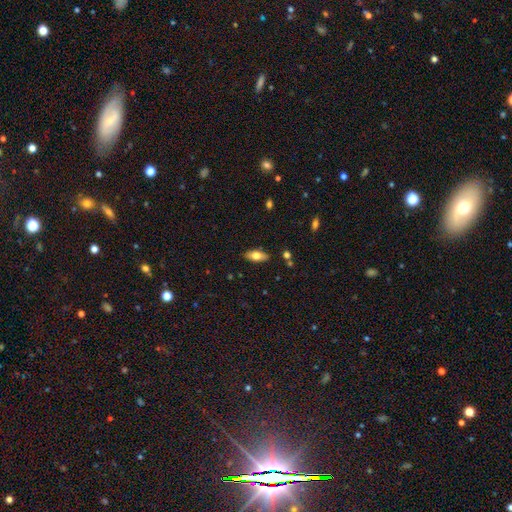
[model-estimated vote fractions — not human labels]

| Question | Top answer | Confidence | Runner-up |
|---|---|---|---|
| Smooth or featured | smooth | 72% | featured or disk (22%) |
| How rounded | in between | 84% | cigar-shaped (14%) |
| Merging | none | 85% | minor disturbance (11%) |